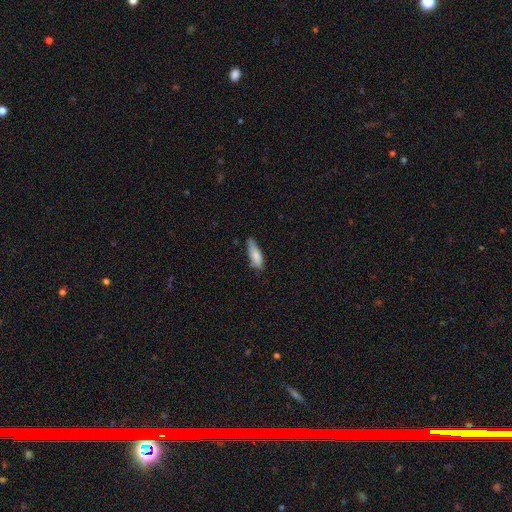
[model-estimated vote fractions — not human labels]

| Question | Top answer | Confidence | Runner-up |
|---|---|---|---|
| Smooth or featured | smooth | 80% | featured or disk (14%) |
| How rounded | in between | 52% | cigar-shaped (46%) |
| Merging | none | 57% | minor disturbance (34%) |